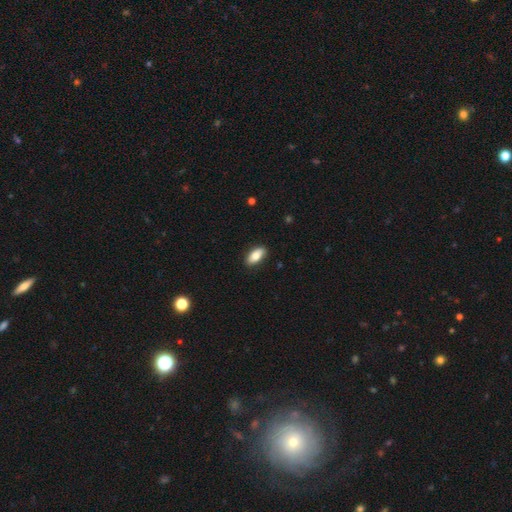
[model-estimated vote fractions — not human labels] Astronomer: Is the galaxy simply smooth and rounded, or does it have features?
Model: smooth — 79%.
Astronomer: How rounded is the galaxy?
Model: in between — 87%.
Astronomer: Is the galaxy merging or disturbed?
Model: none — 88%.